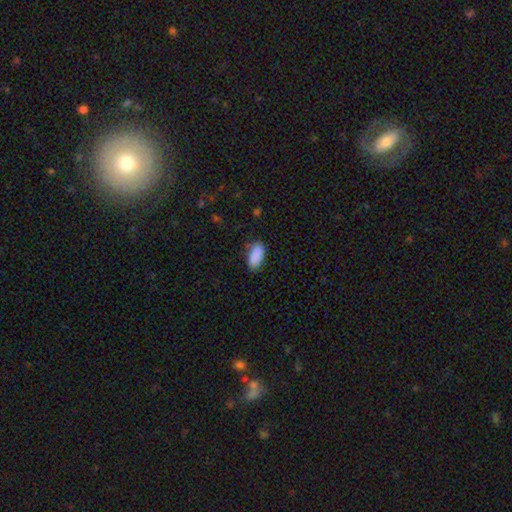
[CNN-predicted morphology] The model was most divided on "merging": none: 79%, minor disturbance: 16%, major disturbance: 4%, merger: 2%. More confident: how rounded — in between (92%); smooth or featured — smooth (89%).